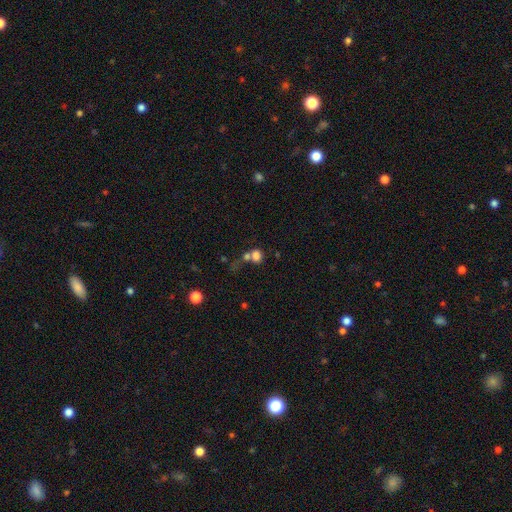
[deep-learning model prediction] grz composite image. It shows a smooth galaxy with no disk features (74%) that is round (63%). Merging: merger (47%).